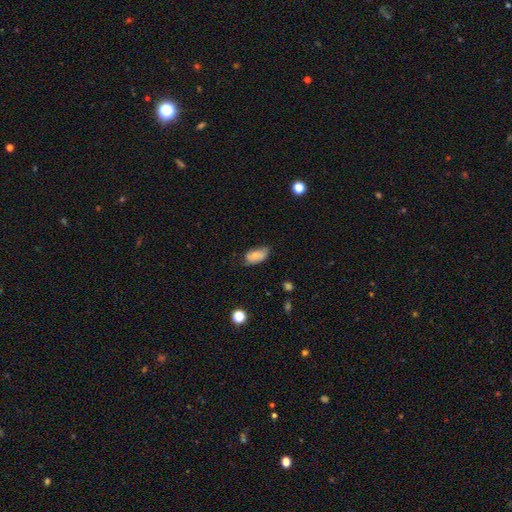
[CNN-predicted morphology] Smooth or featured: smooth — 69% (featured or disk — 23%)
How rounded: in between — 92% (round — 5%)
Merging: none — 48% (minor disturbance — 37%)